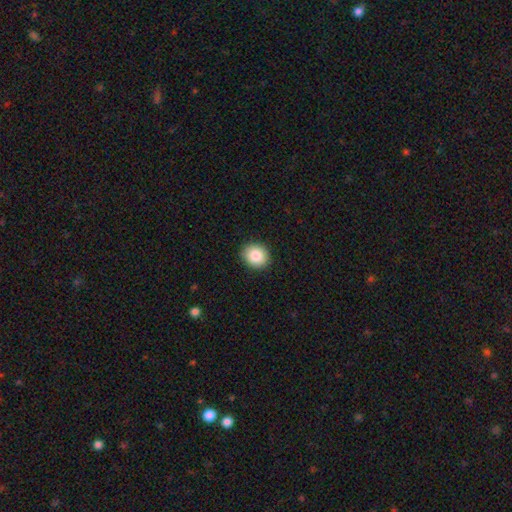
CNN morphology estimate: This is clearly a smooth galaxy (86%). How rounded: likely round (77%). Merging: clearly none (91%).